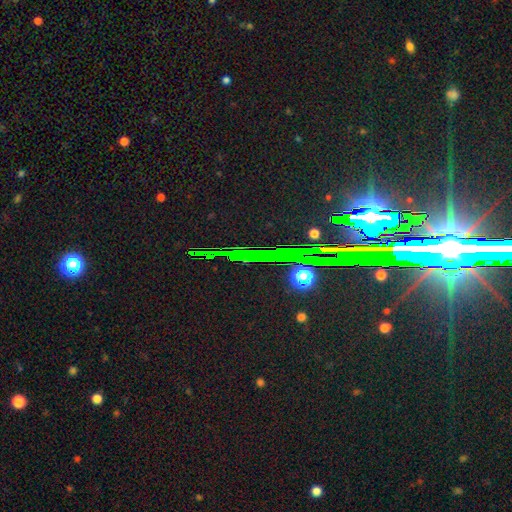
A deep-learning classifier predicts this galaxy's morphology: smooth_or_featured: star or artifact (p=0.76) [alt: featured or disk p=0.12]